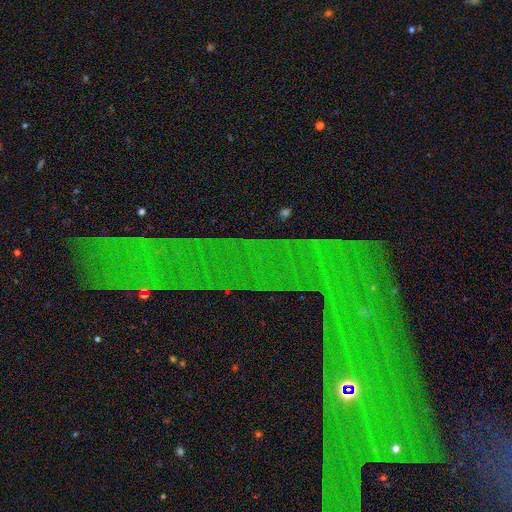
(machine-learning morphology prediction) type=star or artifact (74%).